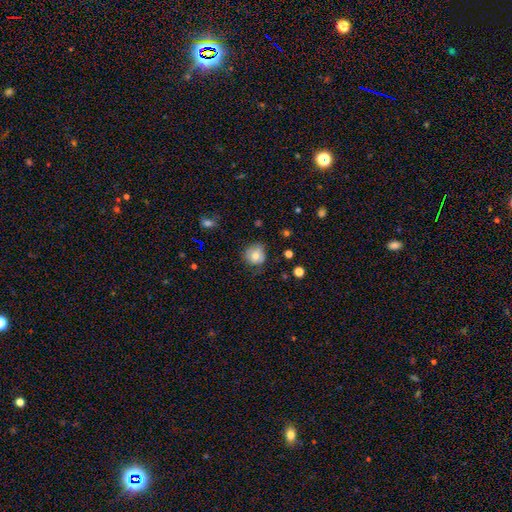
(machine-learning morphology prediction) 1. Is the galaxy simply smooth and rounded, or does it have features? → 74% smooth, 15% featured or disk, 10% star or artifact.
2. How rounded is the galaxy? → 85% round, 14% in between, 1% cigar-shaped.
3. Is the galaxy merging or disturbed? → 65% none, 27% minor disturbance, 7% major disturbance, 1% merger.